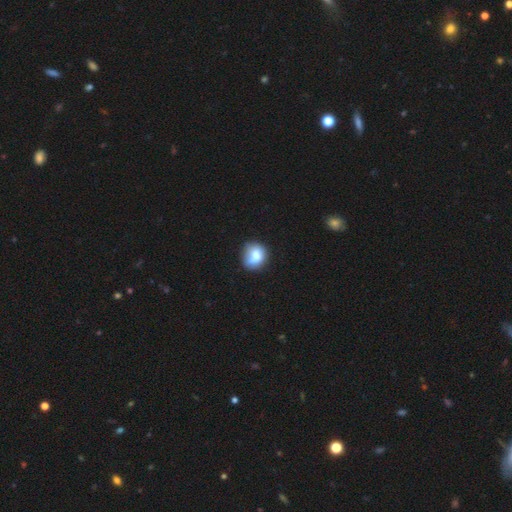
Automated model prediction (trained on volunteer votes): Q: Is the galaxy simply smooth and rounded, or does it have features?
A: smooth — 73%.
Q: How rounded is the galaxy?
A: round — 73%.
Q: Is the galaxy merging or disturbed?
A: none — 57%.